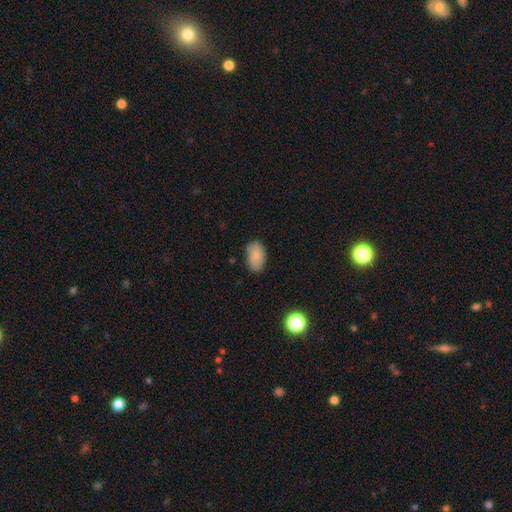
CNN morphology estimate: This appears to be a smooth galaxy with no disk features (85%) that is in between round and cigar-shaped (92%). Merging: none (80%).